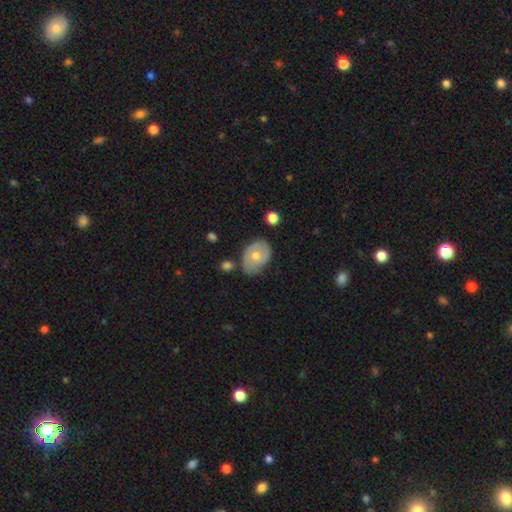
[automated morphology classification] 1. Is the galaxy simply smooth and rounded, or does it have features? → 51% smooth, 42% featured or disk, 7% star or artifact.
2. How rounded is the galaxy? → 75% in between, 24% round, 1% cigar-shaped.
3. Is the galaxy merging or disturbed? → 61% none, 28% minor disturbance, 6% major disturbance, 5% merger.